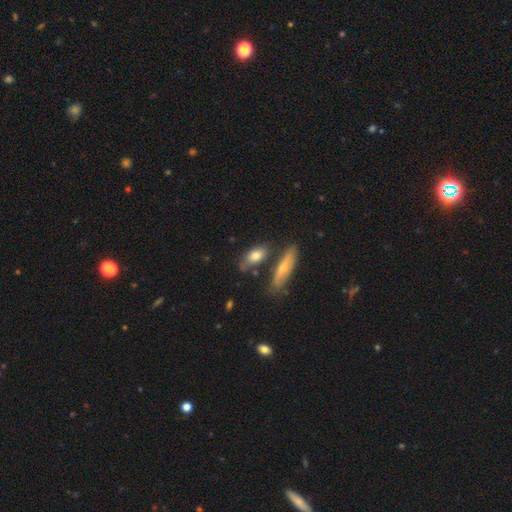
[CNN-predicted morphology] Overall: smooth (71%). How rounded: in between (76%). Merging: none (62%).